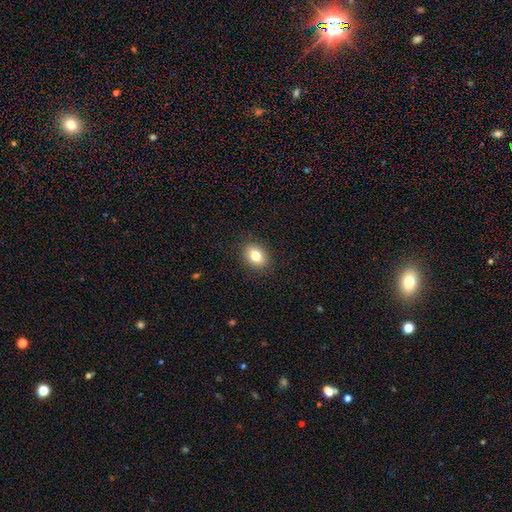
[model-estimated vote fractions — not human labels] smooth 81%, featured or disk 10%, star or artifact 9%. Down the decision tree: how rounded — in between (62%); merging — none (88%).